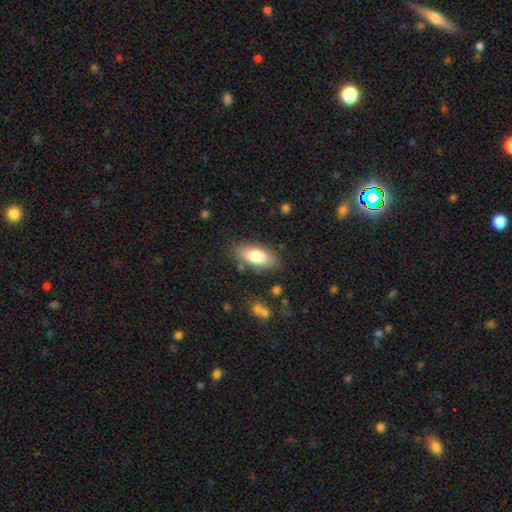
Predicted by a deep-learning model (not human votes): Q: Smooth or featured?
A: smooth (80%); runner-up: featured or disk (13%)
Q: How rounded?
A: in between (85%); runner-up: cigar-shaped (12%)
Q: Merging?
A: none (81%); runner-up: minor disturbance (13%)